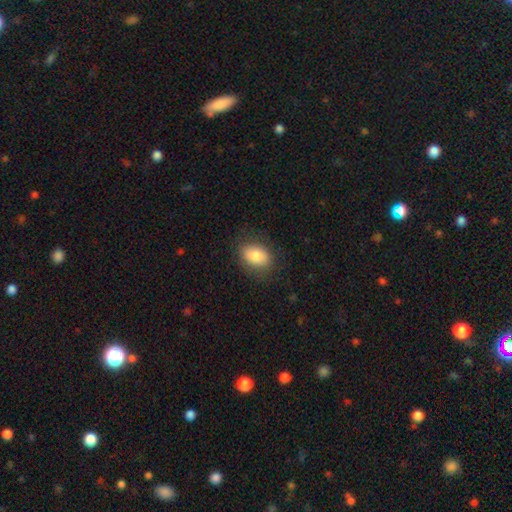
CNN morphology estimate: smooth-or-featured: smooth: 84% | featured or disk: 9% | star or artifact: 7%
  how-rounded: in between: 80% | round: 19% | cigar-shaped: 1%
  merging: none: 82% | minor disturbance: 13% | major disturbance: 4% | merger: 1%